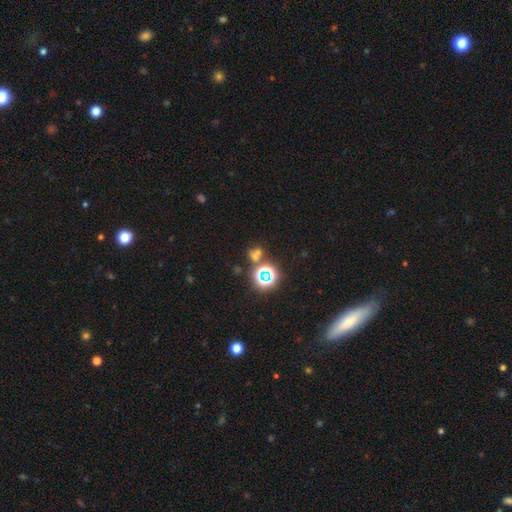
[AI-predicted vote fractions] A star or artifact, not a galaxy (51%).

Vote fractions:
- Smooth or featured? star or artifact: 51% / smooth: 39% / featured or disk: 10%